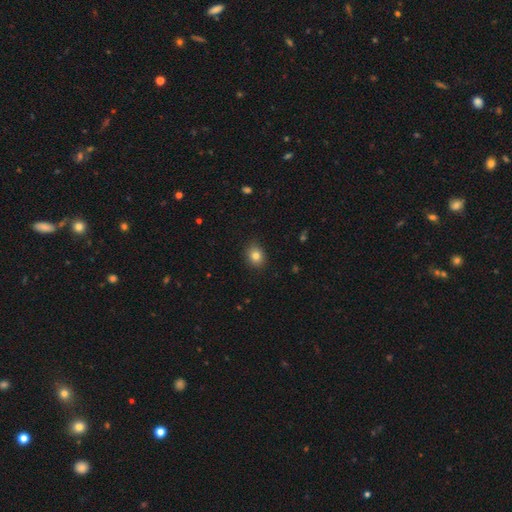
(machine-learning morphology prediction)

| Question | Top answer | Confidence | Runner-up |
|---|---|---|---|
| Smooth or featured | smooth | 81% | star or artifact (11%) |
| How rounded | round | 59% | in between (40%) |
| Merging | none | 87% | minor disturbance (9%) |